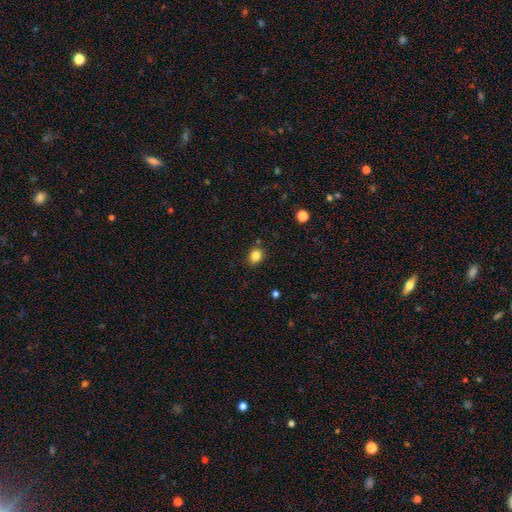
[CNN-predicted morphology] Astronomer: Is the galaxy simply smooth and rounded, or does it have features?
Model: smooth — 84%.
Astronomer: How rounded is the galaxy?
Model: round — 66%.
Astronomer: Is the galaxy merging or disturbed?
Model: none — 86%.